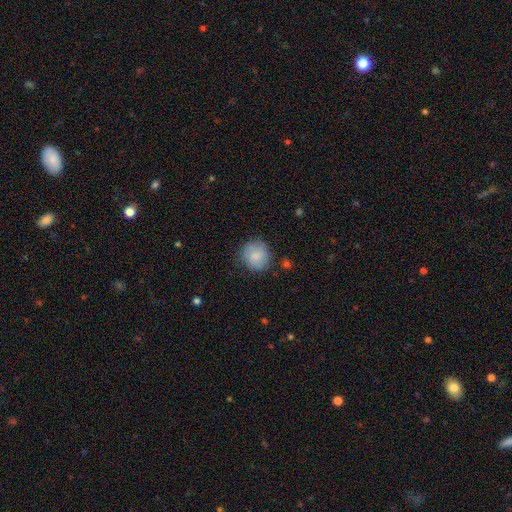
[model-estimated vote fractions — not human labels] Smooth or featured? Predicted: smooth (p=0.83). How rounded? Predicted: round (p=0.90). Merging? Predicted: none (p=0.80).